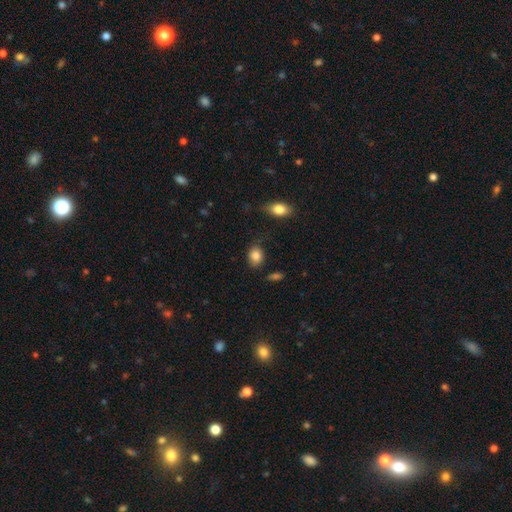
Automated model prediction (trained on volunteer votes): Smooth or featured? smooth (85%)
How rounded? in between (60%)
Merging? none (73%)